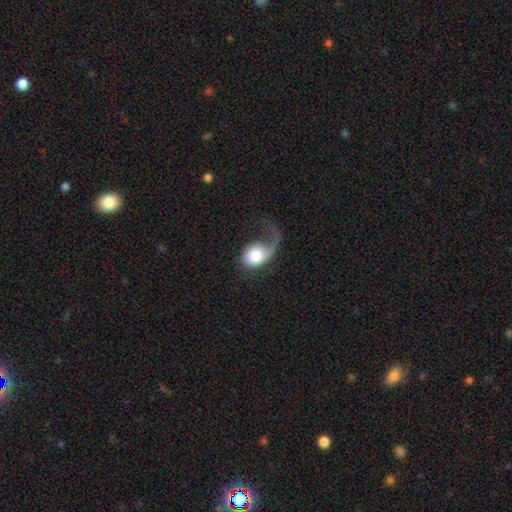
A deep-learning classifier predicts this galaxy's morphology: smooth_or_featured: smooth (p=0.56) [alt: featured or disk p=0.37]
how_rounded: in between (p=0.53) [alt: round p=0.45]
merging: major disturbance (p=0.56) [alt: none p=0.22]